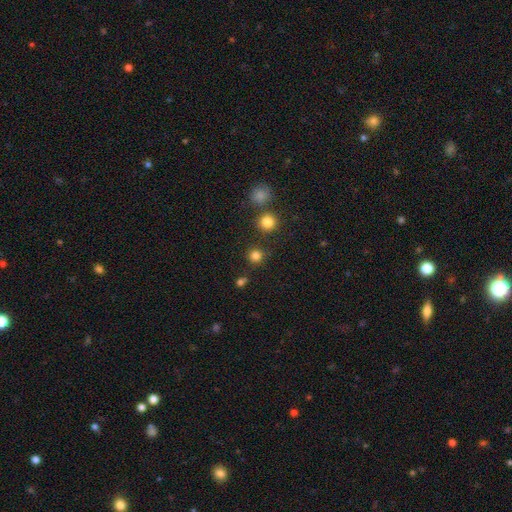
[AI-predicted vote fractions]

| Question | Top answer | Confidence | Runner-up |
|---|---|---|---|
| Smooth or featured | smooth | 80% | star or artifact (15%) |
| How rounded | round | 93% | in between (6%) |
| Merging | none | 85% | minor disturbance (7%) |